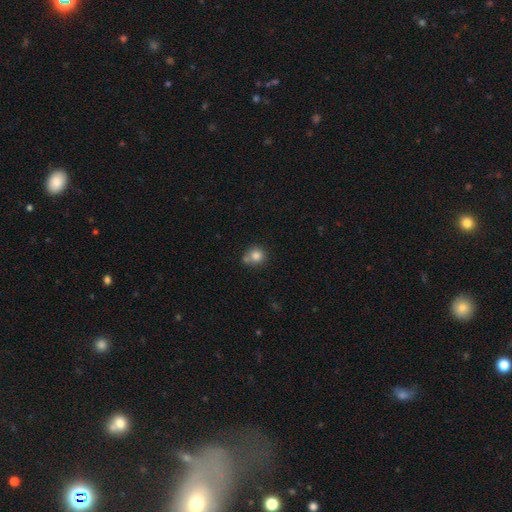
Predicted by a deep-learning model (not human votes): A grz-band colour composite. It shows a smooth galaxy with no disk features (82%) that is round (88%). Merging: none (58%).